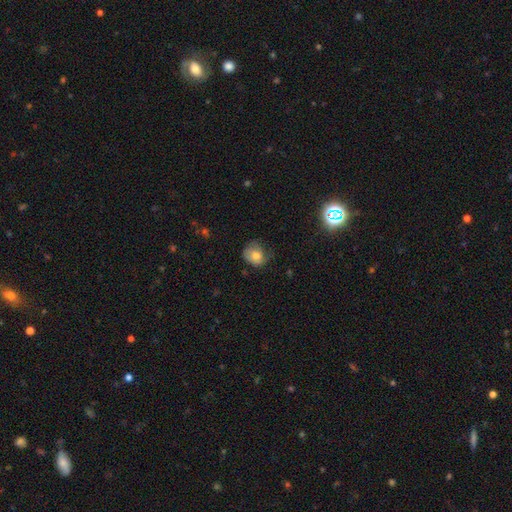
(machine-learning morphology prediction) Smooth or featured?
  - smooth: 71% *
  - featured or disk: 19%
  - star or artifact: 10%
How rounded?
  - round: 67% *
  - in between: 32%
  - cigar-shaped: 1%
Merging?
  - none: 48% *
  - minor disturbance: 34%
  - major disturbance: 16%
  - merger: 2%